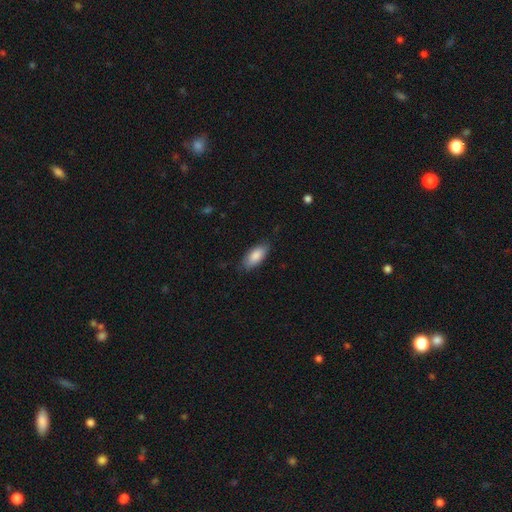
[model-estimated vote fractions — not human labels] A smooth galaxy with no disk features (87%) that is in between round and cigar-shaped (87%).

Vote fractions:
- Smooth or featured? smooth: 87% / featured or disk: 7% / star or artifact: 6%
- How rounded? in between: 87% / cigar-shaped: 11% / round: 2%
- Merging? none: 81% / minor disturbance: 15% / major disturbance: 3% / merger: 1%